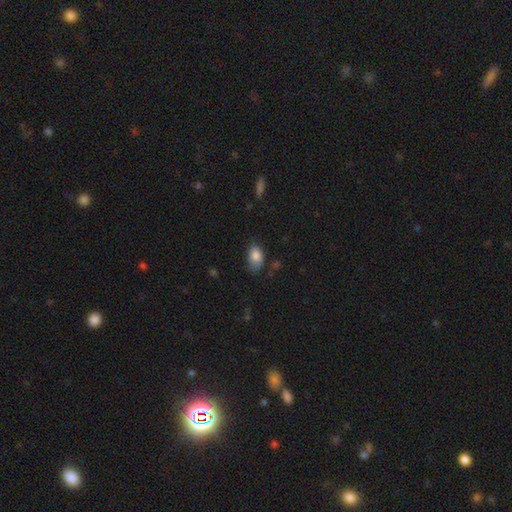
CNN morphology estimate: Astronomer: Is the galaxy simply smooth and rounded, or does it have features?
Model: smooth — 84%.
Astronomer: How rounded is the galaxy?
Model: in between — 89%.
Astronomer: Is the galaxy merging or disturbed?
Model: none — 57% (runner-up: minor disturbance, 33%).